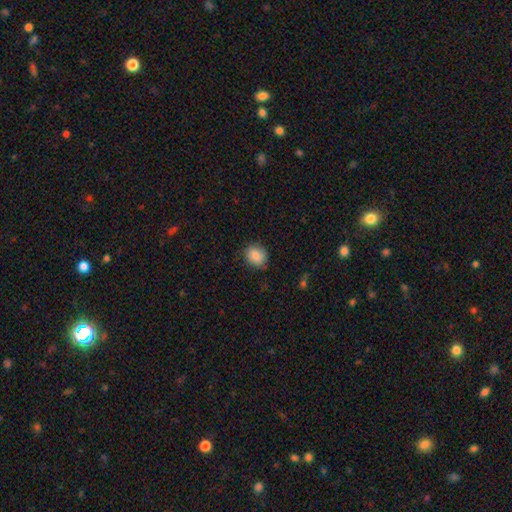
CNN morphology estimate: type=smooth (86%); roundness=round (66%); merging=none (80%).